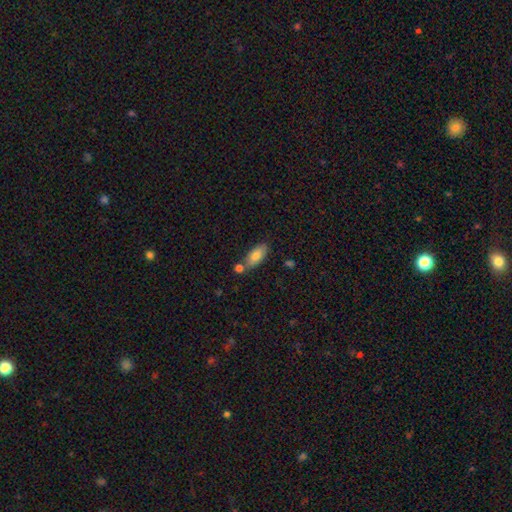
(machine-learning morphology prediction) type=smooth (78%); roundness=in between (81%); merging=none (63%).